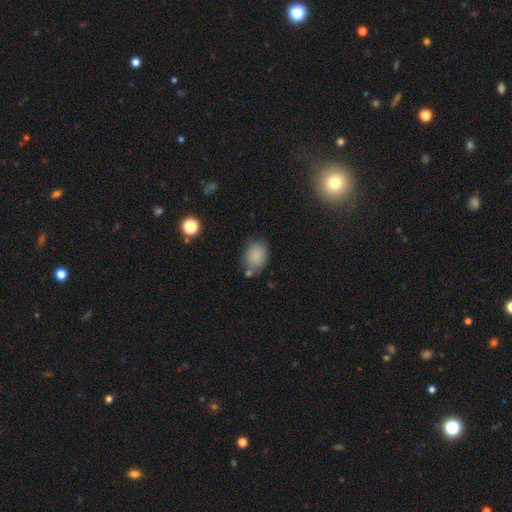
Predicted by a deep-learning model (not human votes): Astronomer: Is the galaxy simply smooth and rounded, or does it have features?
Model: smooth — 85%.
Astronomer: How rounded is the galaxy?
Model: in between — 67%.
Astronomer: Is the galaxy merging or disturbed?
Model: none — 66%.